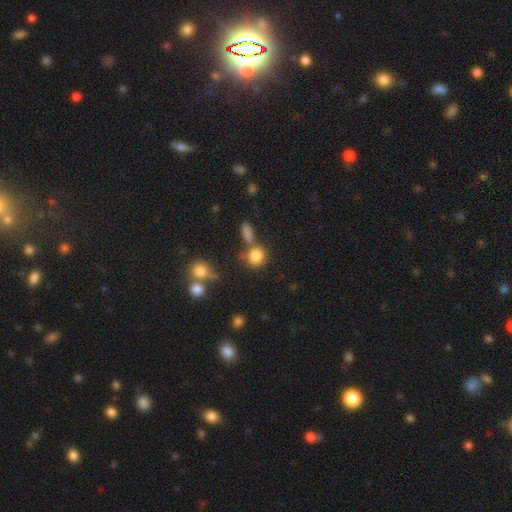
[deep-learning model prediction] Smooth or featured? smooth (83%)
How rounded? round (82%)
Merging? none (61%)